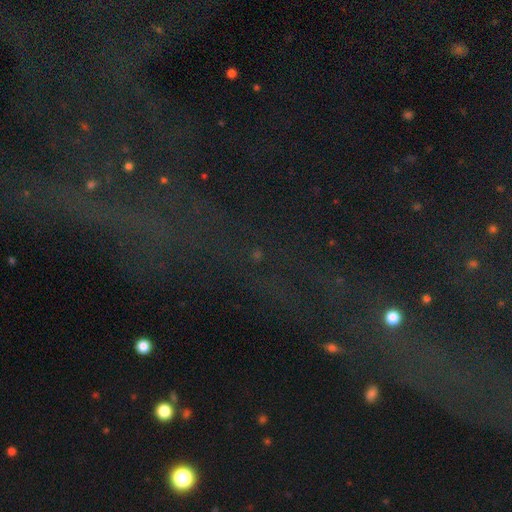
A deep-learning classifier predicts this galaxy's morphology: This is likely a star or artifact rather than a galaxy (70%).